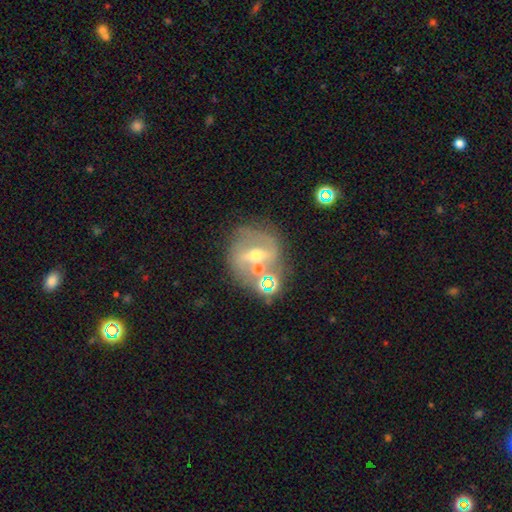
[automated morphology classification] featured or disk 73%, smooth 15%, star or artifact 12%. Down the decision tree: edge-on disk — no (93%); bar — strong (53%); spiral arms — yes (64%); bulge size — moderate (57%); merging — none (62%).